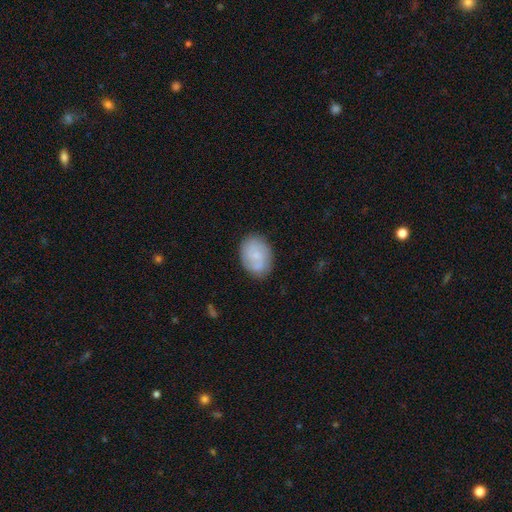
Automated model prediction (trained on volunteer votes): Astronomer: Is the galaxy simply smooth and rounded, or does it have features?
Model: smooth — 50% (runner-up: featured or disk, 42%).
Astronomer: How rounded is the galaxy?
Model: in between — 66%.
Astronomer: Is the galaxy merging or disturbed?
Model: none — 77%.